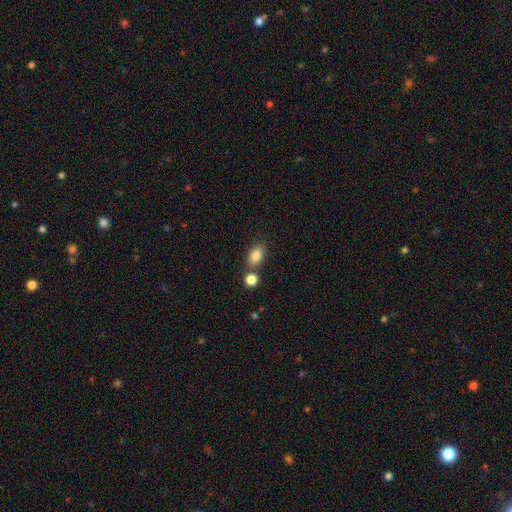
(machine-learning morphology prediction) Q: Smooth or featured?
A: smooth (84%); runner-up: star or artifact (9%)
Q: How rounded?
A: in between (81%); runner-up: round (17%)
Q: Merging?
A: none (67%); runner-up: merger (18%)